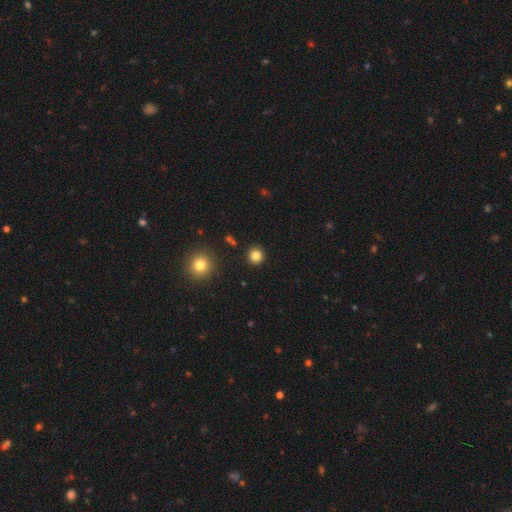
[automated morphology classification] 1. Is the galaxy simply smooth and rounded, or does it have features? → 82% smooth, 12% star or artifact, 5% featured or disk.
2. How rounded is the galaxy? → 91% round, 9% in between, 1% cigar-shaped.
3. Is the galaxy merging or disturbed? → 91% none, 5% minor disturbance, 2% major disturbance, 2% merger.